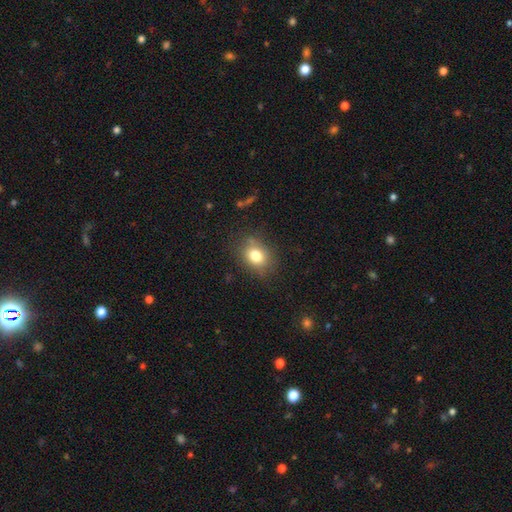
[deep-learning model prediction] Q: Smooth or featured?
A: smooth (78%); runner-up: star or artifact (12%)
Q: How rounded?
A: round (50%); runner-up: in between (49%)
Q: Merging?
A: none (78%); runner-up: minor disturbance (16%)